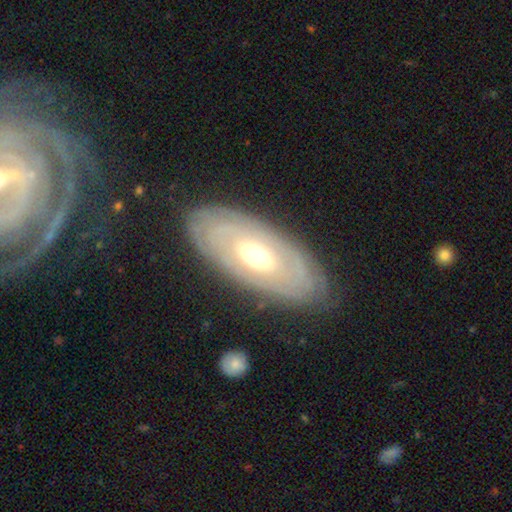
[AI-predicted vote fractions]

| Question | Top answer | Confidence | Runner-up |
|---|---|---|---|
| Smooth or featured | featured or disk | 73% | smooth (22%) |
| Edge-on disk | no | 87% | yes (13%) |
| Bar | no | 67% | weak (24%) |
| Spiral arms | yes | 58% | no (42%) |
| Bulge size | moderate | 74% | small (13%) |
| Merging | none | 82% | minor disturbance (12%) |